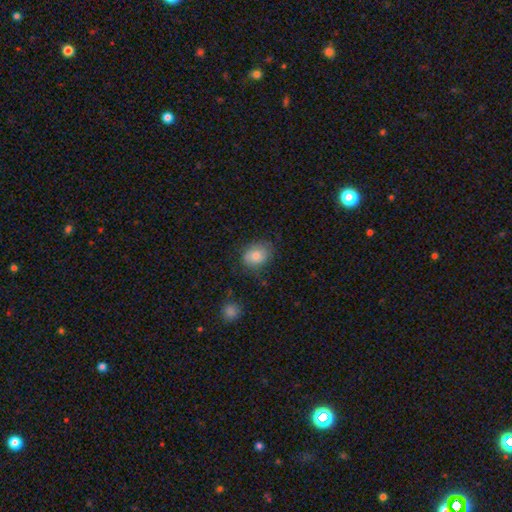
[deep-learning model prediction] Morphology: type=smooth (79%); roundness=in between (60%); merging=none (73%).